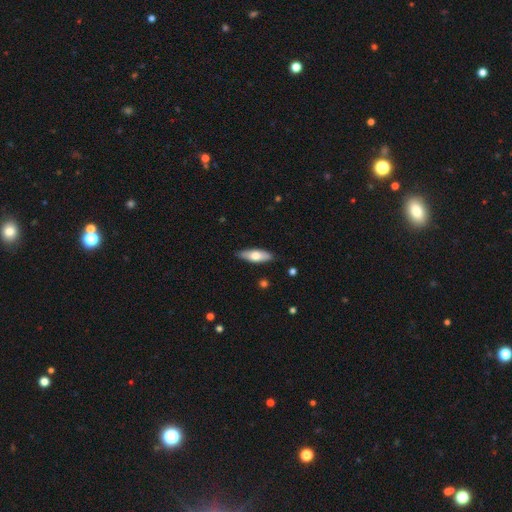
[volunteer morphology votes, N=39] Volunteers were most divided on "smooth or featured": smooth: 64%, featured or disk: 33%, star or artifact: 3%. More confident: merging — none (97%); how rounded — in between (84%).